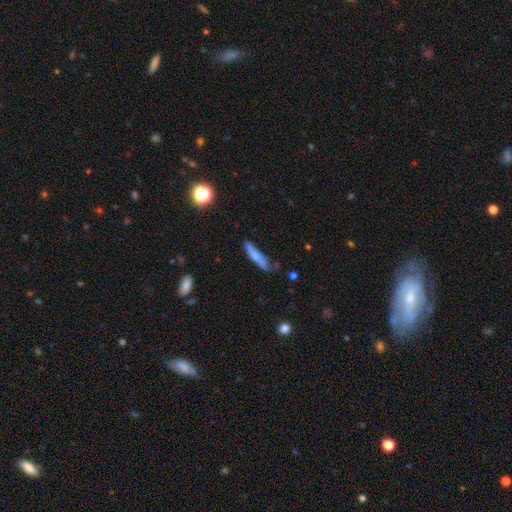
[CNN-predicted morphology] smooth-or-featured: smooth: 72% | featured or disk: 21% | star or artifact: 7%
  how-rounded: cigar-shaped: 85% | in between: 13% | round: 2%
  merging: none: 61% | minor disturbance: 28% | major disturbance: 7% | merger: 4%